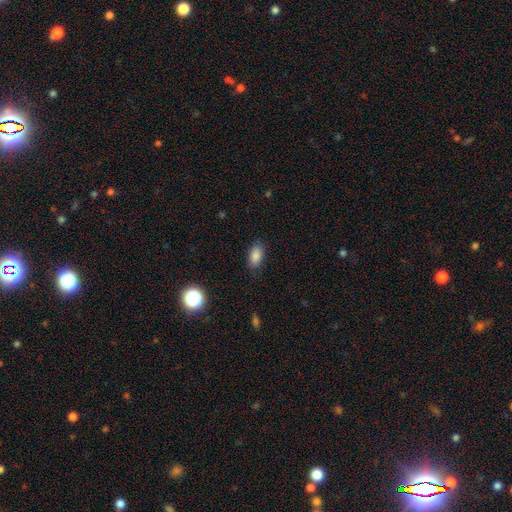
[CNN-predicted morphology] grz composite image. It shows a smooth galaxy with no disk features (86%) that is in between round and cigar-shaped (90%). Merging: none (85%).